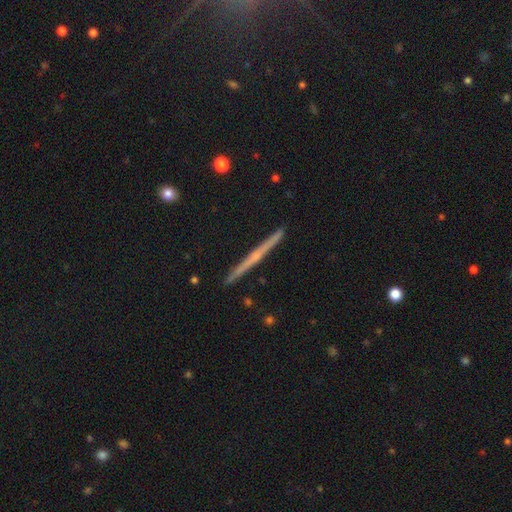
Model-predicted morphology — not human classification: A featured or disk galaxy (67%) viewed edge-on (98%) with no central bulge (62%).

Vote fractions:
- Smooth or featured? featured or disk: 67% / smooth: 27% / star or artifact: 6%
- Edge-on disk? yes: 98% / no: 2%
- Edge-on bulge? none: 62% / rounded: 32% / boxy: 6%
- Merging? none: 93% / minor disturbance: 5% / merger: 1% / major disturbance: 1%